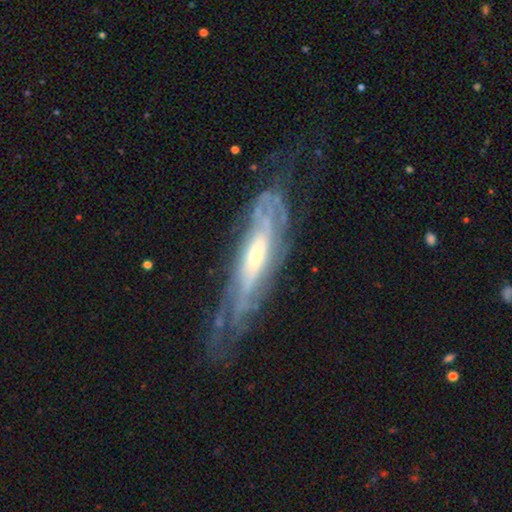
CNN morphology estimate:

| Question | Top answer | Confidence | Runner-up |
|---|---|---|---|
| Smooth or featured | featured or disk | 84% | smooth (10%) |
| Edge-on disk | no | 69% | yes (31%) |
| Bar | no | 54% | weak (30%) |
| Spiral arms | yes | 90% | no (10%) |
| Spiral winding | tight | 66% | medium (26%) |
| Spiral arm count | can't tell | 57% | 2 (16%) |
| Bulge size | moderate | 49% | small (42%) |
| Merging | none | 64% | minor disturbance (21%) |